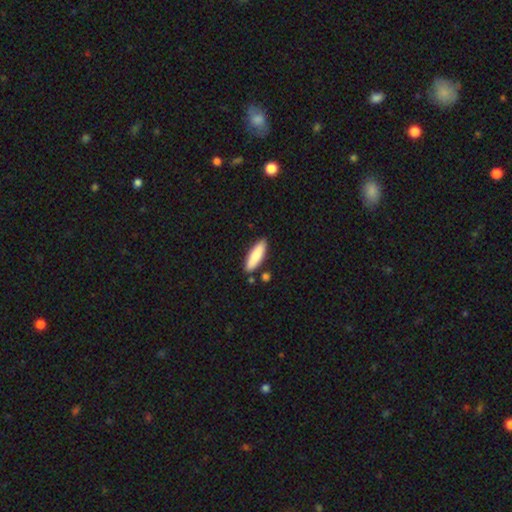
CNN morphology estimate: Overall: smooth (85%). How rounded: cigar-shaped (59%; in between 40%). Merging: none (85%).